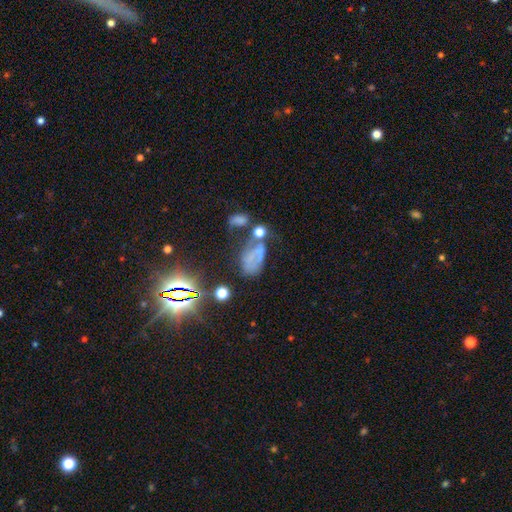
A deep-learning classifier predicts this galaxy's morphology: Smooth or featured?
  - smooth: 36% *
  - star or artifact: 32%
  - featured or disk: 31%
Merging?
  - none: 32% *
  - major disturbance: 24%
  - merger: 24%
  - minor disturbance: 21%